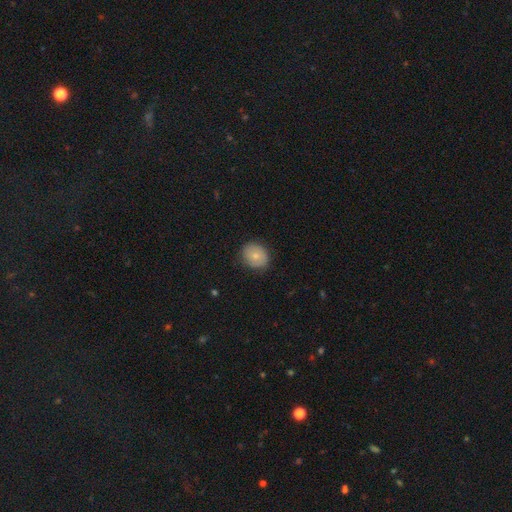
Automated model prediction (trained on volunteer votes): This appears to be a smooth galaxy with no disk features (76%) that is round (60%). Merging: none (81%).